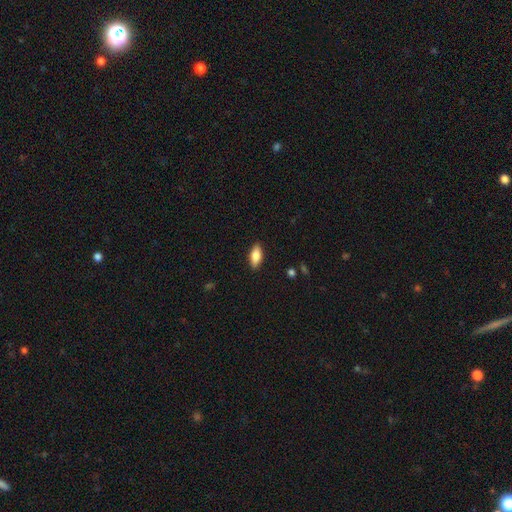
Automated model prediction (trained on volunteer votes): Smooth or featured? Predicted: smooth (p=0.78). How rounded? Predicted: in between (p=0.80). Merging? Predicted: none (p=0.89).